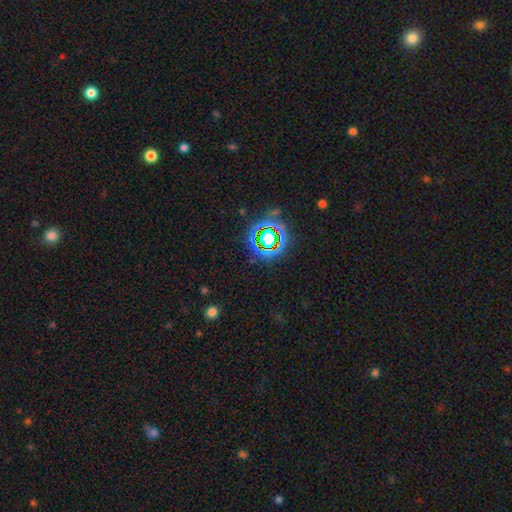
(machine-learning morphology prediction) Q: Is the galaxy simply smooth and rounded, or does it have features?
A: star or artifact — 67%.